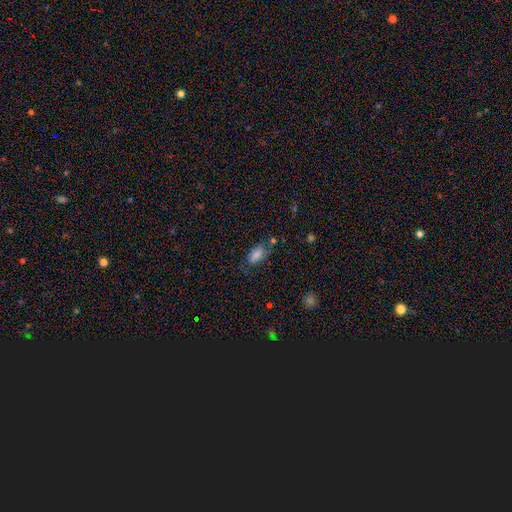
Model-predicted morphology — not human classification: A smooth galaxy with no disk features (76%) that is in between round and cigar-shaped (90%).

Vote fractions:
- Smooth or featured? smooth: 76% / featured or disk: 14% / star or artifact: 11%
- How rounded? in between: 90% / cigar-shaped: 6% / round: 4%
- Merging? none: 53% / minor disturbance: 28% / major disturbance: 12% / merger: 7%